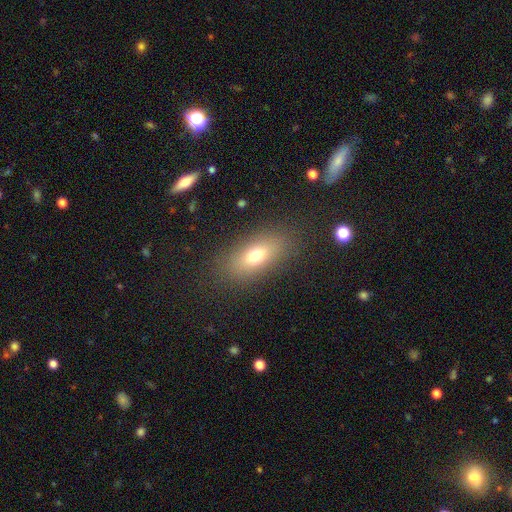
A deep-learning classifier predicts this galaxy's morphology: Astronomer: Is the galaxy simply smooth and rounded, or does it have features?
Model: smooth — 70%.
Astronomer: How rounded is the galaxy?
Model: in between — 81%.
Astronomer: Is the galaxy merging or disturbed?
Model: none — 84%.